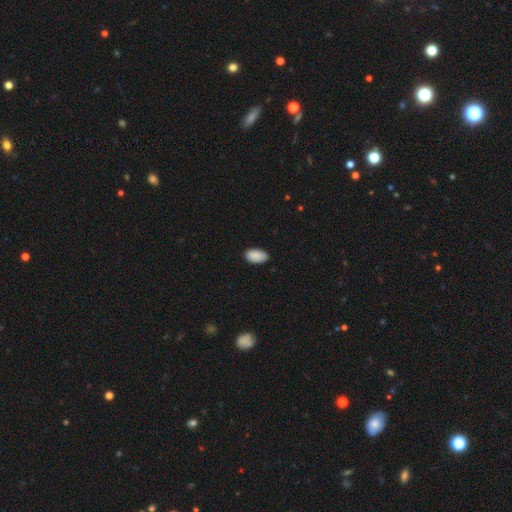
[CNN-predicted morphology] Smooth or featured? smooth (90%)
How rounded? in between (95%)
Merging? none (85%)